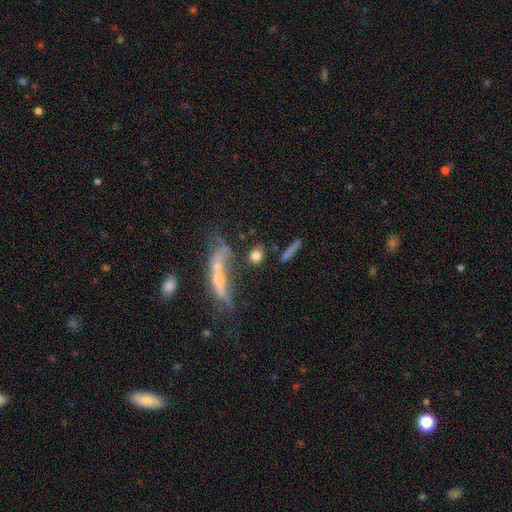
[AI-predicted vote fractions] This is likely a smooth galaxy (72%). How rounded: marginally round (42%, tied with in between). Merging: likely none (60%).